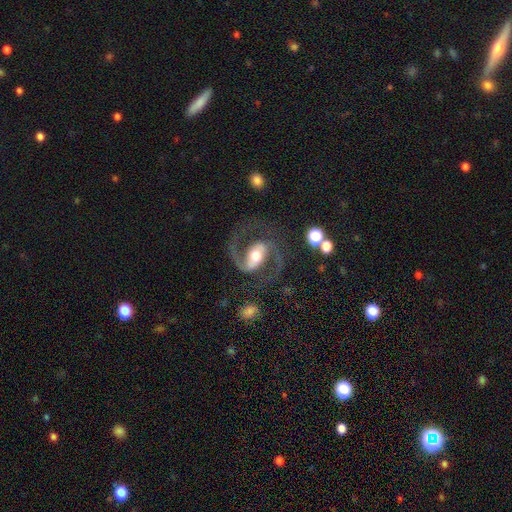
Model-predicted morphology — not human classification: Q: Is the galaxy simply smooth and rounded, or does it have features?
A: featured or disk — 91%.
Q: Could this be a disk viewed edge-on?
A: no — 98%.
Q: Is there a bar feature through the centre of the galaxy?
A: strong — 46%.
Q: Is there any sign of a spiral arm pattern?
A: yes — 98%.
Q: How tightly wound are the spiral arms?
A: medium — 65%.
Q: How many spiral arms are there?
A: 2 — 94%.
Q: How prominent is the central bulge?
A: moderate — 66%.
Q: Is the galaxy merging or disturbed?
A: none — 77%.